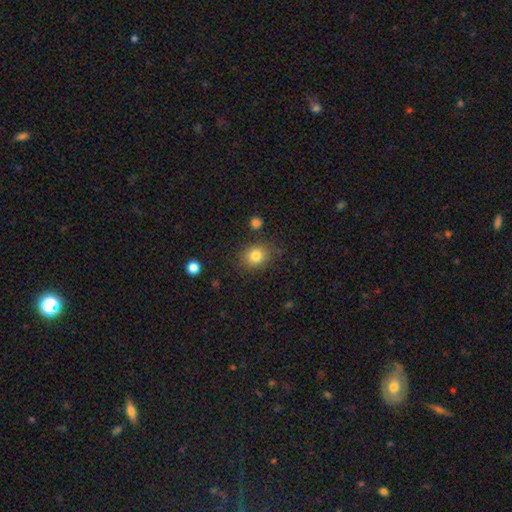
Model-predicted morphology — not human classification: smooth 83%, star or artifact 10%, featured or disk 7%. Down the decision tree: how rounded — round (66%); merging — none (80%).